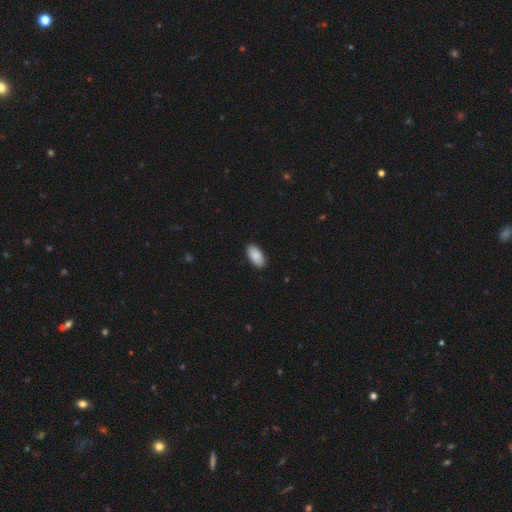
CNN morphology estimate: Smooth or featured?
  - smooth: 87% *
  - featured or disk: 6%
  - star or artifact: 6%
How rounded?
  - in between: 95% *
  - round: 2%
  - cigar-shaped: 2%
Merging?
  - none: 89% *
  - minor disturbance: 9%
  - major disturbance: 2%
  - merger: 1%